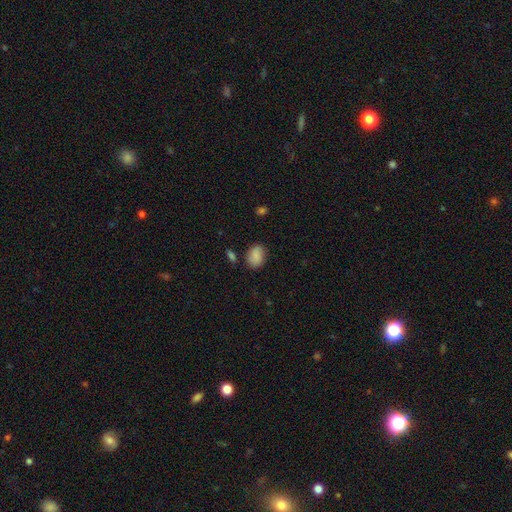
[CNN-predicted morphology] Smooth or featured? smooth (85%)
How rounded? in between (73%)
Merging? none (77%)